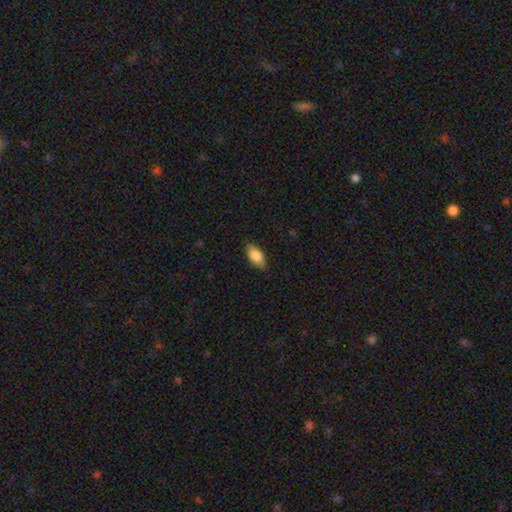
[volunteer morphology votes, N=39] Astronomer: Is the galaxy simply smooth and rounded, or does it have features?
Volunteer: smooth — 85%.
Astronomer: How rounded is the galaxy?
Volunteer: in between — 91%.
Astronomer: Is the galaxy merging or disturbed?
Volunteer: none — 90%.